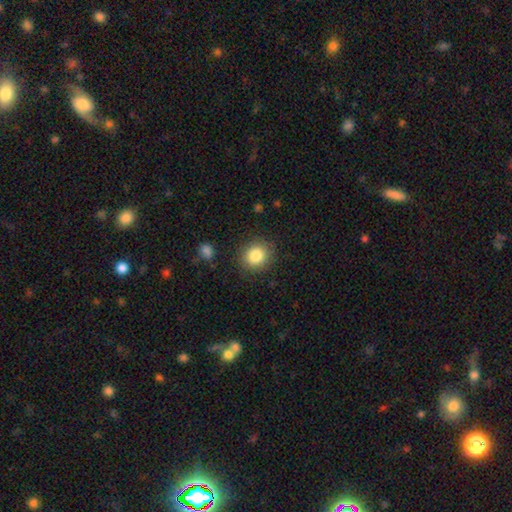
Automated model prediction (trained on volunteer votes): Morphology: type=smooth (84%); roundness=round (77%); merging=none (86%).